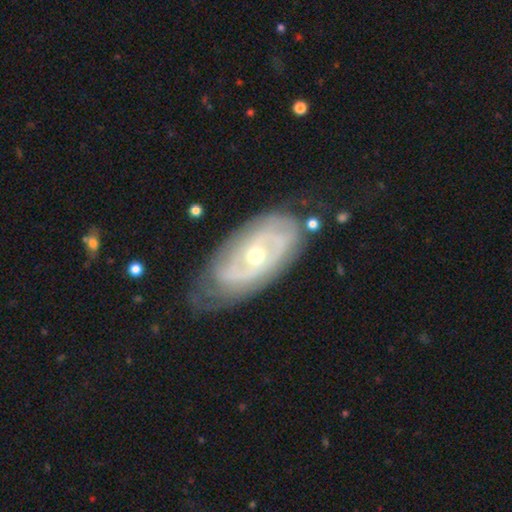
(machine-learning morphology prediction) type=featured or disk (82%); edge-on=no (93%); bar=no (68%); spiral arms=yes (82%); winding=tight (66%); arm count=2 (41%); bulge=moderate (60%); merging=none (68%).